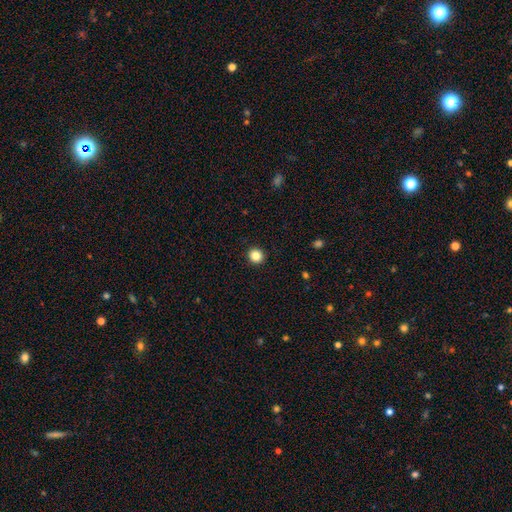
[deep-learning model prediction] A smooth galaxy with no disk features (84%) that is round (92%).

Vote fractions:
- Smooth or featured? smooth: 84% / star or artifact: 11% / featured or disk: 5%
- How rounded? round: 92% / in between: 7% / cigar-shaped: 1%
- Merging? none: 93% / minor disturbance: 4% / major disturbance: 1% / merger: 1%